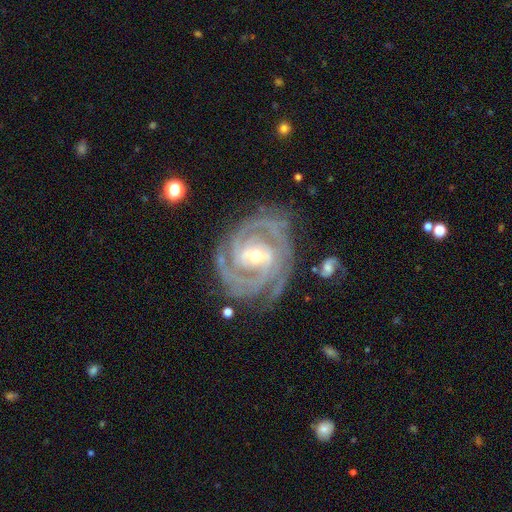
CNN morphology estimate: A featured or disk galaxy (93%) with a weak bar (44%), 3 (34%, tied with 2) tight (74%) spiral arms (98%) and a moderate central bulge (52%).

Vote fractions:
- Smooth or featured? featured or disk: 93% / star or artifact: 4% / smooth: 3%
- Edge-on disk? no: 97% / yes: 3%
- Bar? weak: 44% / strong: 35% / no: 21%
- Spiral arms? yes: 98% / no: 2%
- Spiral winding? tight: 74% / medium: 23% / loose: 3%
- Spiral arm count? 3: 34% (tied) / 2: 34% (tied) / can't tell: 11% / 4: 11% / more than 4: 5% / 1: 5%
- Bulge size? moderate: 52% / small: 45% / large: 2% / none: 1% / dominant: 1%
- Merging? none: 76% / minor disturbance: 16% / major disturbance: 6% / merger: 2%